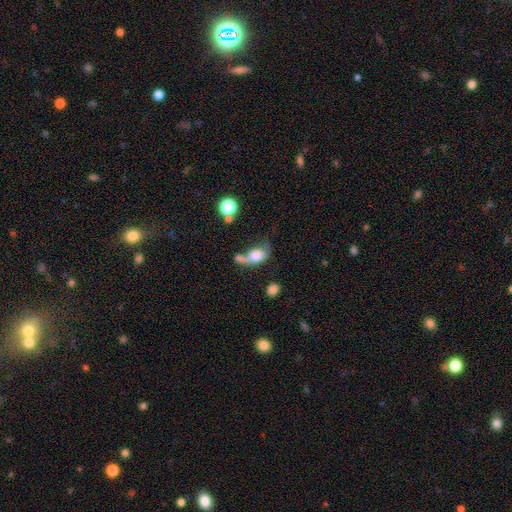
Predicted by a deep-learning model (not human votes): Overall: smooth (67%). How rounded: in between (68%). Merging: merger (40%; major disturbance 27%).